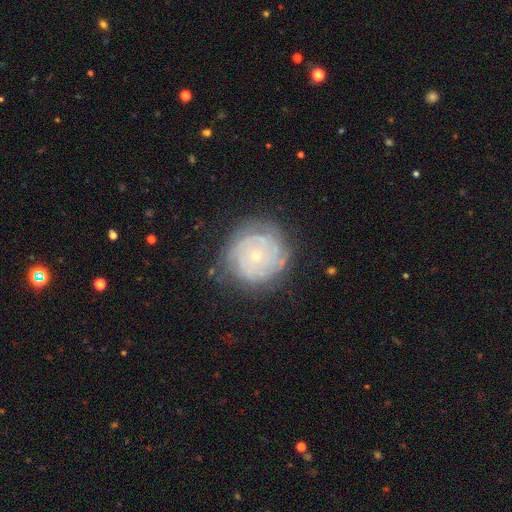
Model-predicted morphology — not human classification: Smooth or featured: featured or disk — 73% (smooth — 19%)
Edge-on disk: no — 98% (yes — 2%)
Bar: no — 84% (weak — 13%)
Spiral arms: yes — 88% (no — 12%)
Spiral winding: tight — 81% (medium — 15%)
Spiral arm count: can't tell — 45% (2 — 14%)
Bulge size: small — 81% (moderate — 15%)
Merging: none — 77% (minor disturbance — 15%)